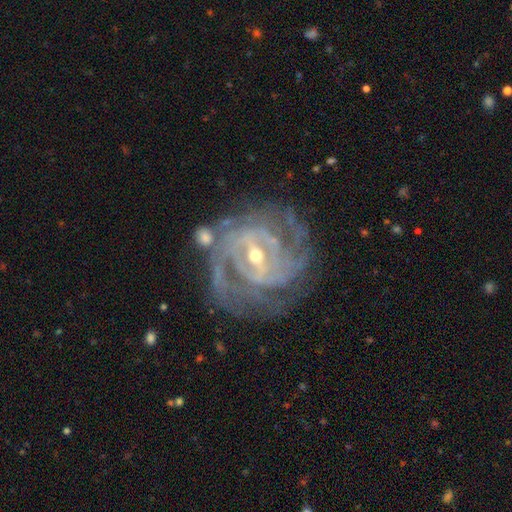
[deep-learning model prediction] Overall: featured or disk (90%). Edge-on disk: no (97%). Bar: strong (45%; weak 41%). Spiral arms: yes (97%). Spiral arm count: can't tell (24%; 3 23%). Spiral winding: tight (70%). Bulge size: small (56%; moderate 41%). Merging: none (70%).